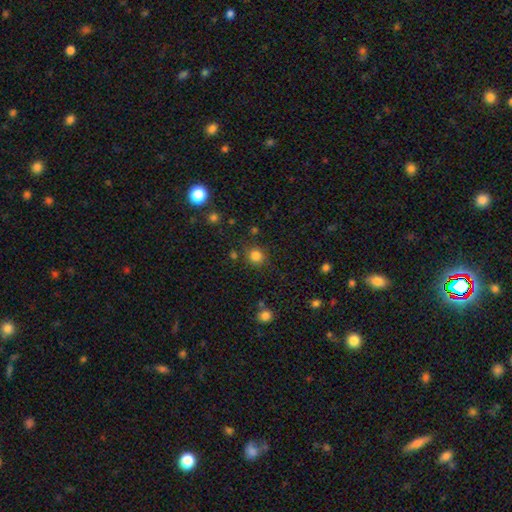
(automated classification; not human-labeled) Smooth or featured: smooth — 82% (star or artifact — 13%)
How rounded: round — 89% (in between — 10%)
Merging: none — 85% (minor disturbance — 8%)